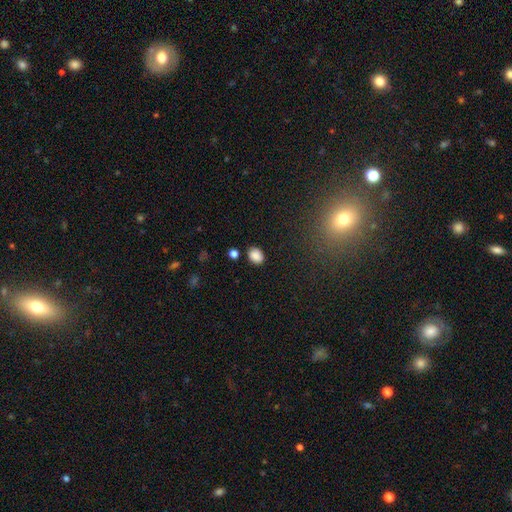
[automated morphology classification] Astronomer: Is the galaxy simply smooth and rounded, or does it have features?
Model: smooth — 86%.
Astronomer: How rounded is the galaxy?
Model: in between — 67%.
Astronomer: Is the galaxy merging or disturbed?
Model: none — 81%.